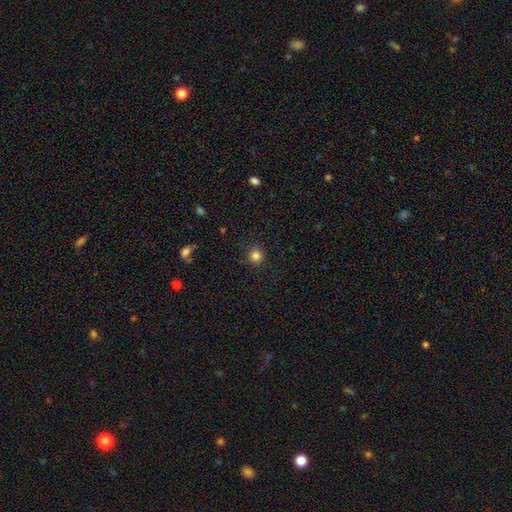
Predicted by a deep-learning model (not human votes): Smooth or featured? smooth (83%)
How rounded? round (93%)
Merging? none (90%)